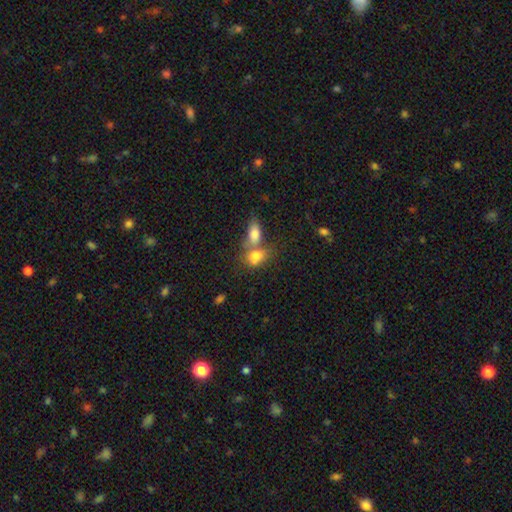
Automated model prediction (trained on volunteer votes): A smooth galaxy with no disk features (77%) that is in between round and cigar-shaped (70%). Merging: merger (60%).